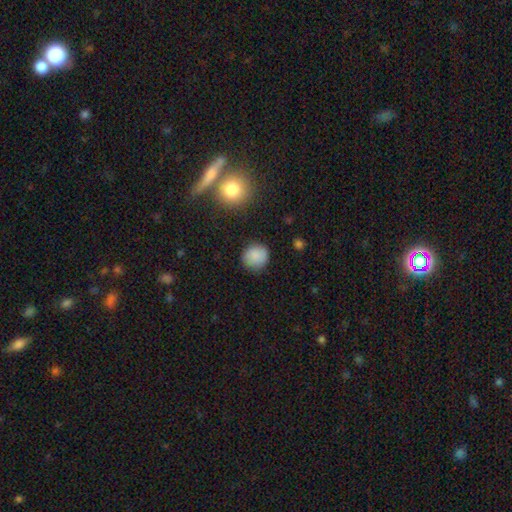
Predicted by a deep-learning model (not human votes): Smooth or featured? Predicted: smooth (p=0.86). How rounded? Predicted: round (p=0.88). Merging? Predicted: none (p=0.84).